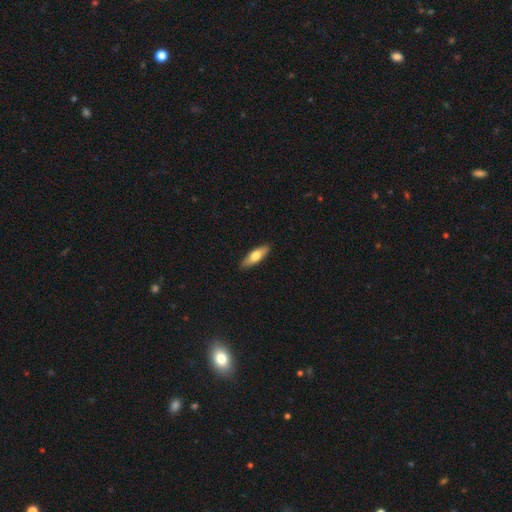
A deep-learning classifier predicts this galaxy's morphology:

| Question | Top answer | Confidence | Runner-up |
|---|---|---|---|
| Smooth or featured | smooth | 68% | featured or disk (26%) |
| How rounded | in between | 50% | cigar-shaped (47%) |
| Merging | none | 90% | minor disturbance (8%) |